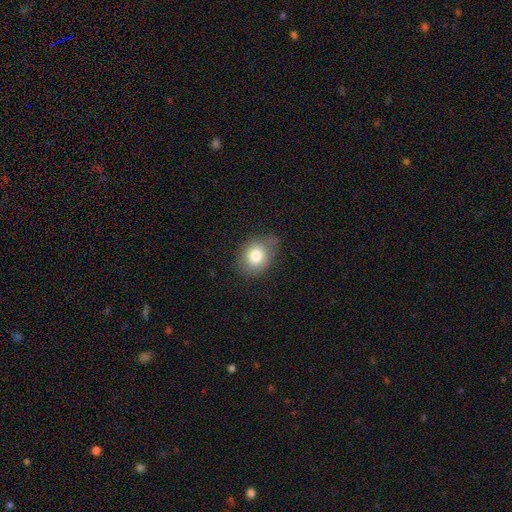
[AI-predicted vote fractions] This appears to be a smooth galaxy with no disk features (80%) that is in between round and cigar-shaped (54%). Merging: none (66%).